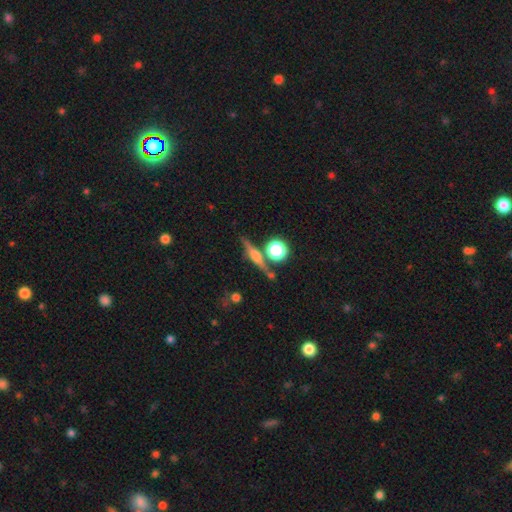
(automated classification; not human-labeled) Morphology: type=featured or disk (70%); edge-on=yes (96%); edge-on bulge=rounded (85%); merging=none (79%).